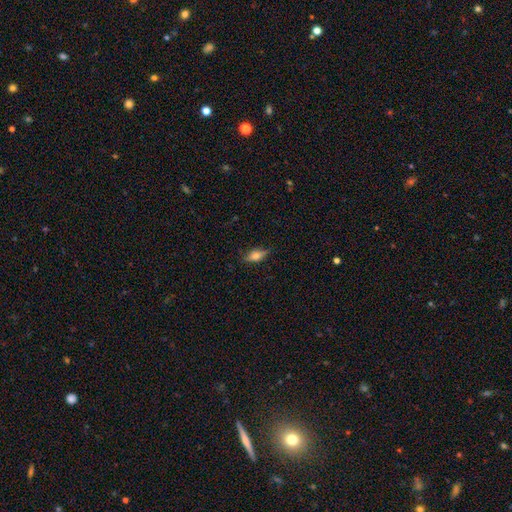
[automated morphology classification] A smooth galaxy with no disk features (58%) that is in between round and cigar-shaped (71%). Merging: none (76%).